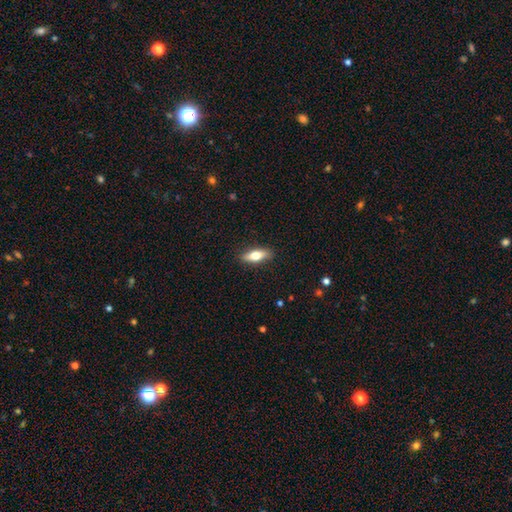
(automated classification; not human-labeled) Smooth or featured? smooth (64%)
How rounded? in between (57%)
Merging? none (88%)